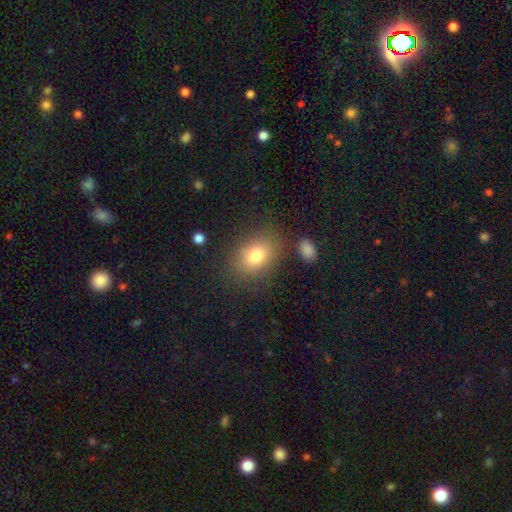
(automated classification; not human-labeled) smooth 78%, featured or disk 11%, star or artifact 11%. Down the decision tree: how rounded — in between (65%); merging — none (79%).